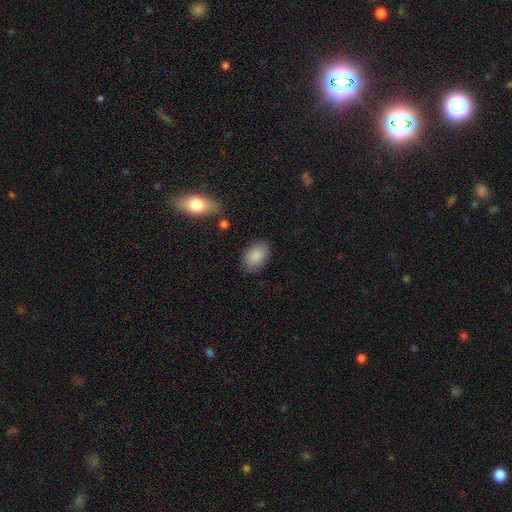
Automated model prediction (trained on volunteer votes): Smooth or featured? Predicted: smooth (p=0.88). How rounded? Predicted: in between (p=0.90). Merging? Predicted: none (p=0.85).